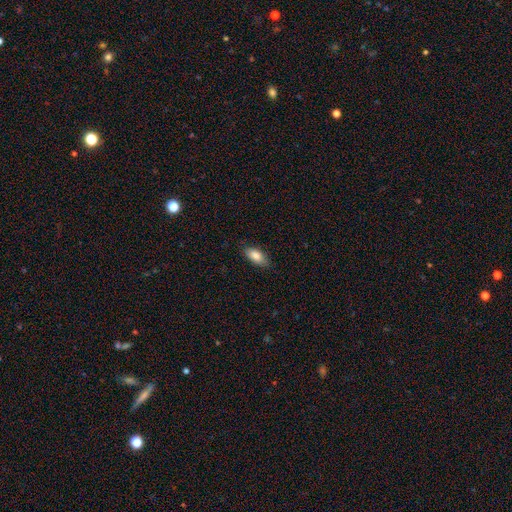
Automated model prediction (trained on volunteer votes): Morphology: type=smooth (85%); roundness=in between (87%); merging=none (83%).